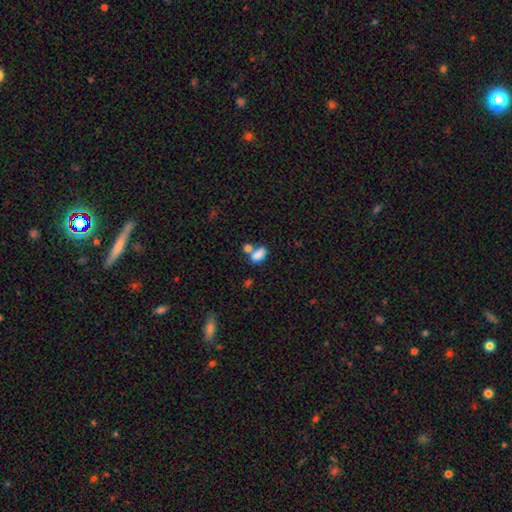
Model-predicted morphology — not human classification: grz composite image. It shows a smooth galaxy with no disk features (81%) that is in between round and cigar-shaped (89%). Merging: merger (49%).